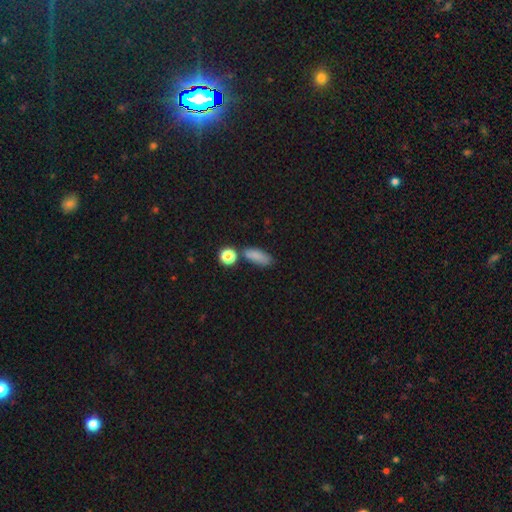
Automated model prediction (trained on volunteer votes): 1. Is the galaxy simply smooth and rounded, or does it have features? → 82% smooth, 11% star or artifact, 7% featured or disk.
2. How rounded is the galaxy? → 67% in between, 24% cigar-shaped, 8% round.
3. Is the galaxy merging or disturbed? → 65% none, 17% minor disturbance, 12% merger, 6% major disturbance.